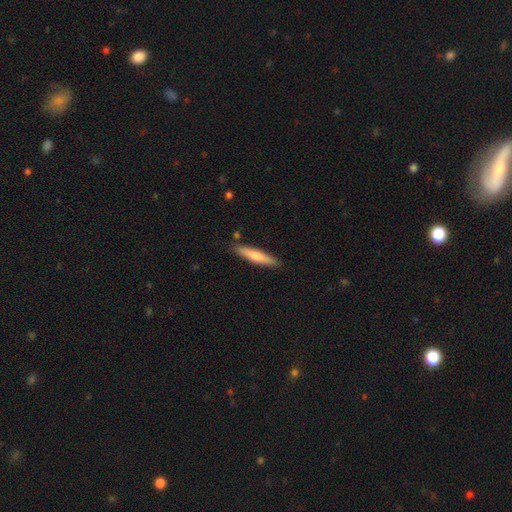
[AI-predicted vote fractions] Smooth or featured: smooth — 67% (featured or disk — 28%)
How rounded: cigar-shaped — 87% (in between — 12%)
Merging: none — 86% (minor disturbance — 10%)